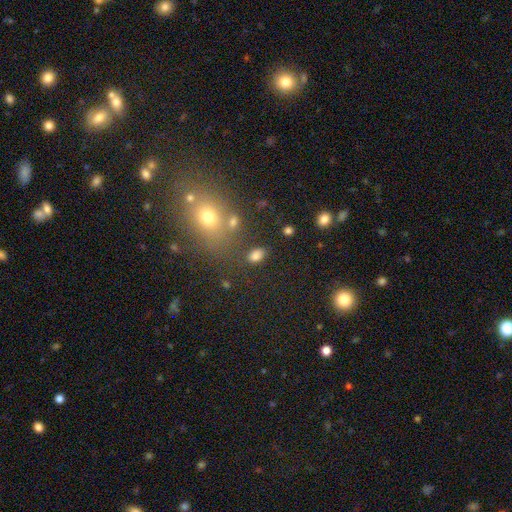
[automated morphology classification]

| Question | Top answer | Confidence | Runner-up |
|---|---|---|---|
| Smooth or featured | smooth | 81% | star or artifact (13%) |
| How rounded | in between | 85% | round (14%) |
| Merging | none | 77% | minor disturbance (13%) |